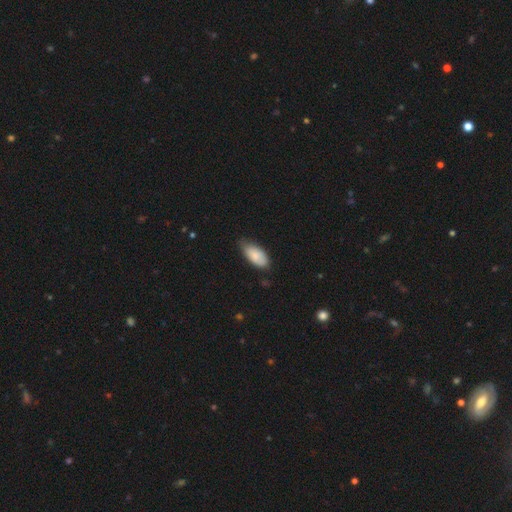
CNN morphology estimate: smooth 83%, featured or disk 11%, star or artifact 6%. Down the decision tree: how rounded — in between (91%); merging — none (60%).